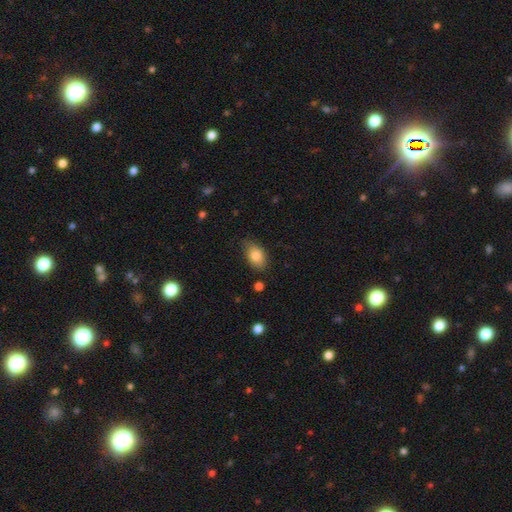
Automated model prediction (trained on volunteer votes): This appears to be a smooth galaxy with no disk features (84%) that is in between round and cigar-shaped (87%). Merging: none (76%).